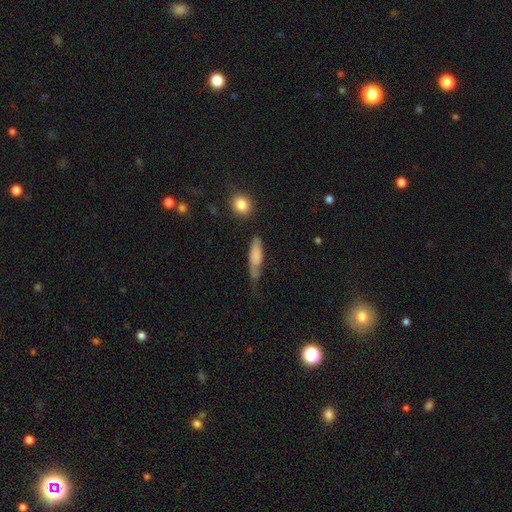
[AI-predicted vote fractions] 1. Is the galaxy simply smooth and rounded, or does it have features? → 72% smooth, 21% featured or disk, 7% star or artifact.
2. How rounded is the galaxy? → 54% cigar-shaped, 43% in between, 3% round.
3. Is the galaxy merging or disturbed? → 36% none (tied), 36% minor disturbance (tied), 23% major disturbance, 6% merger.